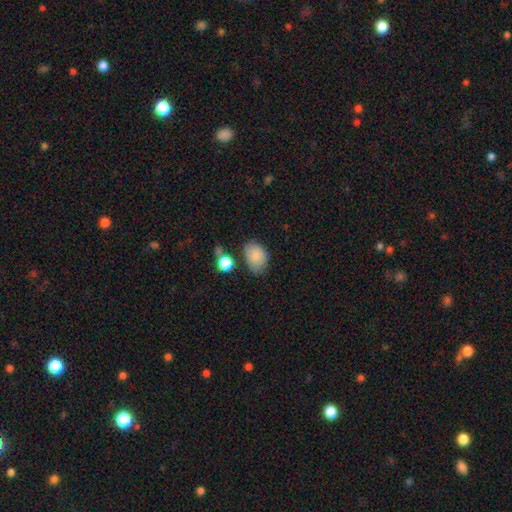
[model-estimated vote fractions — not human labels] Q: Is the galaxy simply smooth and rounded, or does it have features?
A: smooth — 84%.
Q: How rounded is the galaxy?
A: in between — 81%.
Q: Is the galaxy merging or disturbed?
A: none — 66%.